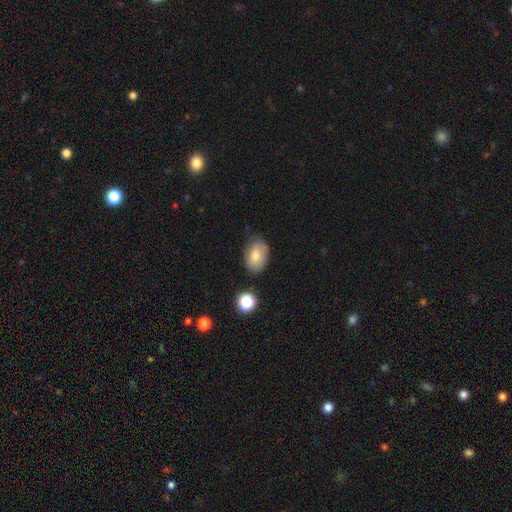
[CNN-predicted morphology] Smooth or featured? smooth (76%)
How rounded? in between (80%)
Merging? none (71%)